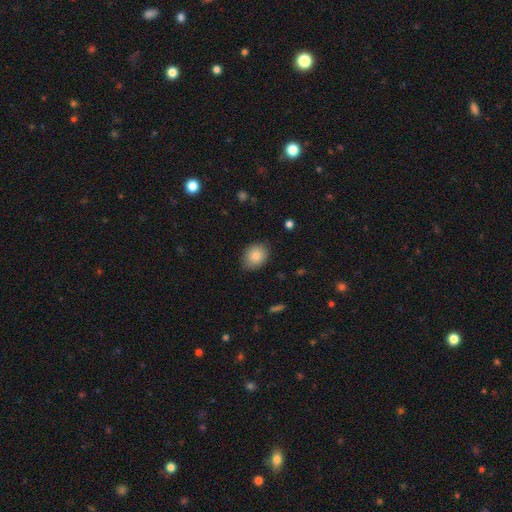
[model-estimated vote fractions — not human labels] Smooth or featured? smooth (85%)
How rounded? in between (56%)
Merging? none (82%)